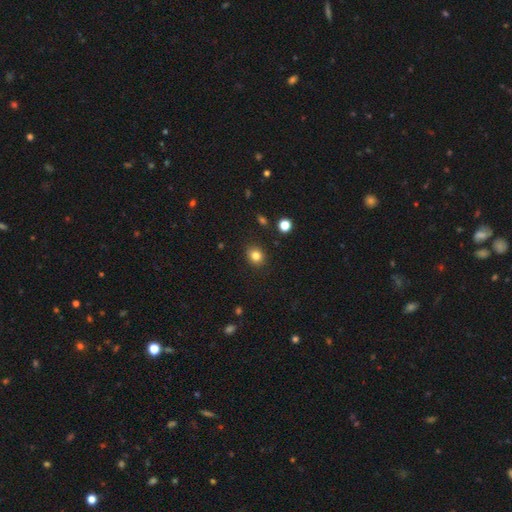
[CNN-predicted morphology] smooth-or-featured: smooth: 82% | star or artifact: 12% | featured or disk: 6%
  how-rounded: round: 73% | in between: 26% | cigar-shaped: 1%
  merging: none: 89% | minor disturbance: 8% | major disturbance: 2% | merger: 1%